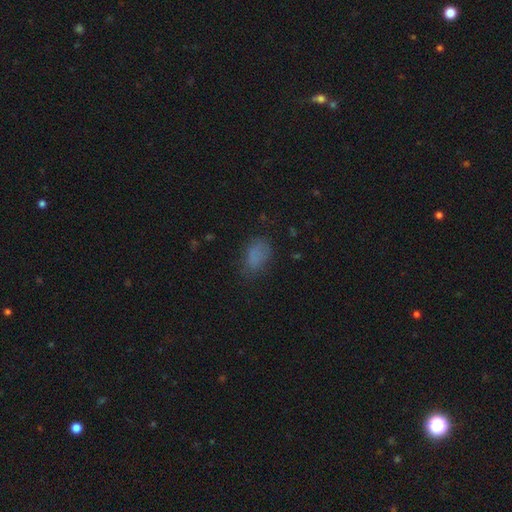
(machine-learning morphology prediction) Overall: smooth (76%). How rounded: in between (86%). Merging: none (61%; minor disturbance 24%).